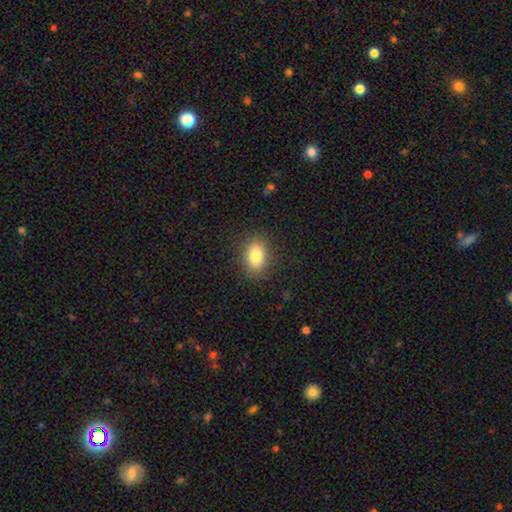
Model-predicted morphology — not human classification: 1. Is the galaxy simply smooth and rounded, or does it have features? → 83% smooth, 9% star or artifact, 8% featured or disk.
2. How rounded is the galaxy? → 77% in between, 22% round, 1% cigar-shaped.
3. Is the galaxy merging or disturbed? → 86% none, 10% minor disturbance, 3% major disturbance, 1% merger.